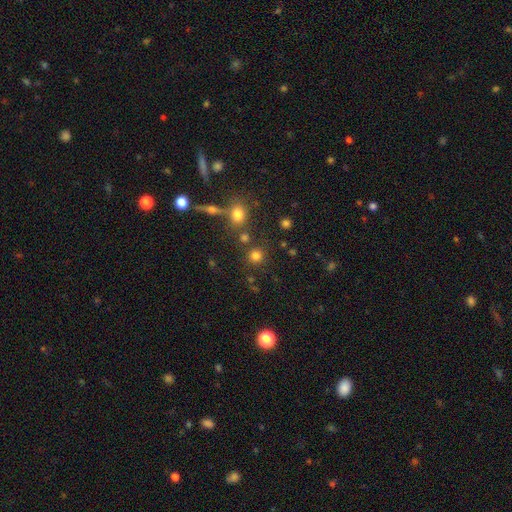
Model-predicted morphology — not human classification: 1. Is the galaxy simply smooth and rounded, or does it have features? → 77% smooth, 17% star or artifact, 6% featured or disk.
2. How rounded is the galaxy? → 91% round, 8% in between, 1% cigar-shaped.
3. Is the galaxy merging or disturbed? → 79% none, 10% merger, 7% minor disturbance, 4% major disturbance.